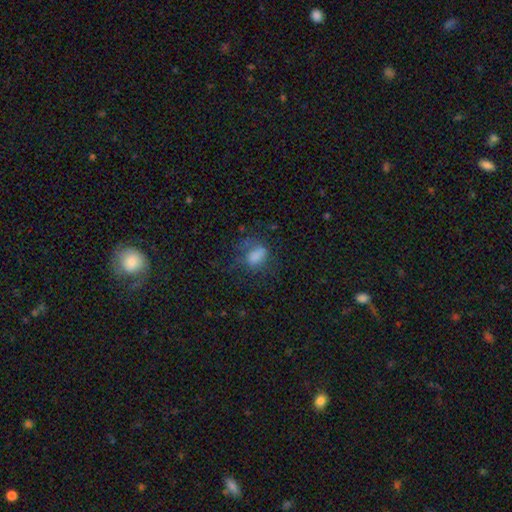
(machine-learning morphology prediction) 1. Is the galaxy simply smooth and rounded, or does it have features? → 65% smooth, 18% star or artifact, 17% featured or disk.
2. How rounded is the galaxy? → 72% in between, 24% round, 4% cigar-shaped.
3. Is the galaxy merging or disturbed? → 47% none, 26% major disturbance, 24% minor disturbance, 3% merger.